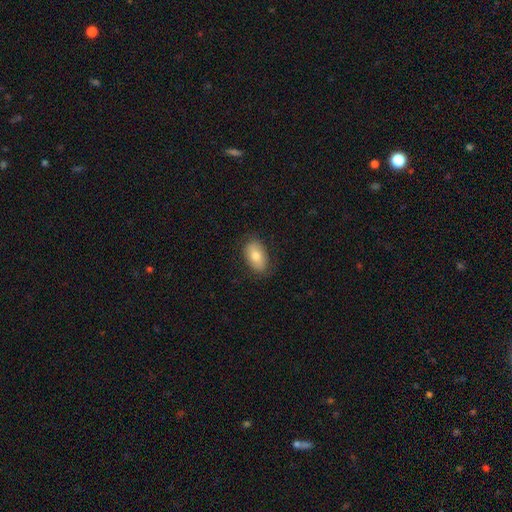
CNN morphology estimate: smooth 78%, featured or disk 15%, star or artifact 7%. Down the decision tree: how rounded — in between (92%); merging — none (83%).